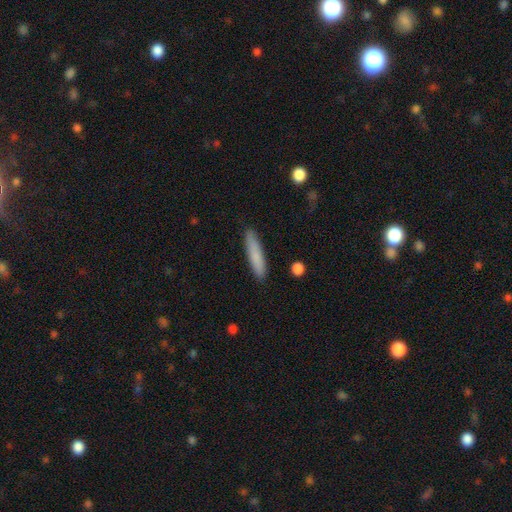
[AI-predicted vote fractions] Smooth or featured: smooth — 82% (featured or disk — 13%)
How rounded: cigar-shaped — 88% (in between — 11%)
Merging: none — 88% (minor disturbance — 9%)